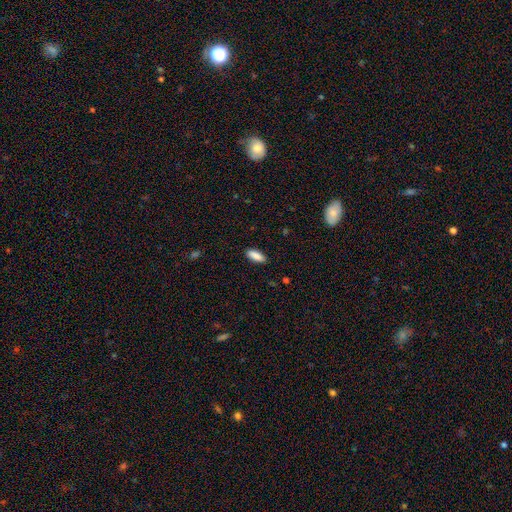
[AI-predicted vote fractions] A smooth galaxy with no disk features (88%) that is in between round and cigar-shaped (74%).

Vote fractions:
- Smooth or featured? smooth: 88% / star or artifact: 7% / featured or disk: 5%
- How rounded? in between: 74% / cigar-shaped: 24% / round: 2%
- Merging? none: 88% / minor disturbance: 9% / major disturbance: 2% / merger: 1%